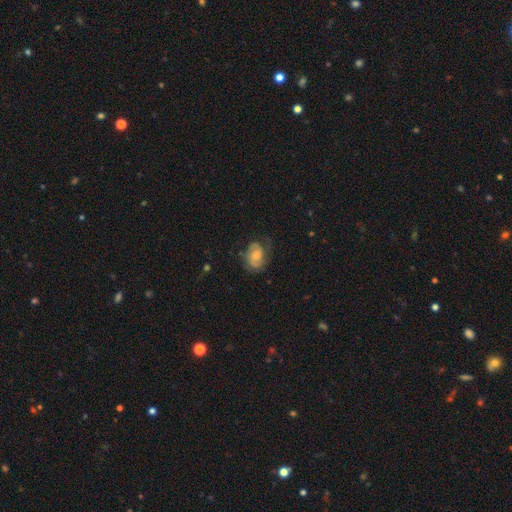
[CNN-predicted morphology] featured or disk 55%, smooth 36%, star or artifact 8%. Down the decision tree: edge-on disk — no (97%); bar — no (69%); spiral arms — yes (84%); bulge size — small (42%); merging — none (59%).